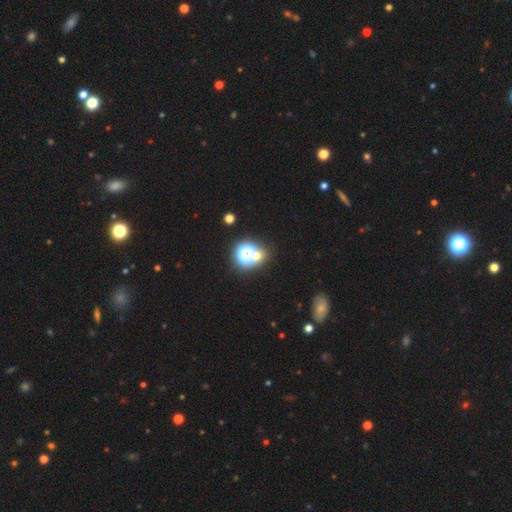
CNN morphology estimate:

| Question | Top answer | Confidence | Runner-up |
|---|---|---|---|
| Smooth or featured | star or artifact | 57% | smooth (32%) |